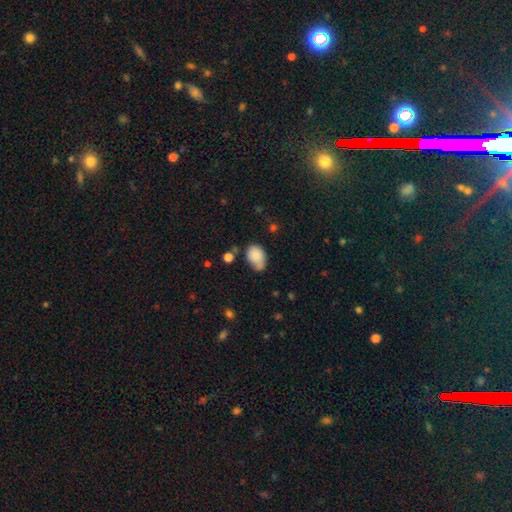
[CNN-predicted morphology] type=smooth (82%); roundness=in between (80%); merging=none (46%).